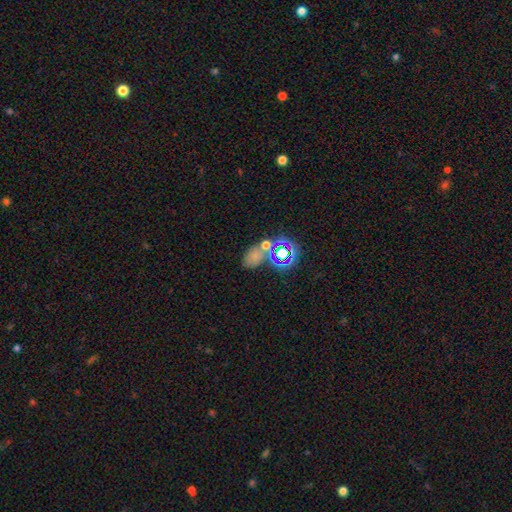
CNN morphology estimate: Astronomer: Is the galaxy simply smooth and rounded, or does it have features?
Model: smooth — 56%.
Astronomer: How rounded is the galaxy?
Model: in between — 74%.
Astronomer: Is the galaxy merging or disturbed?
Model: none — 47% (runner-up: merger, 31%).